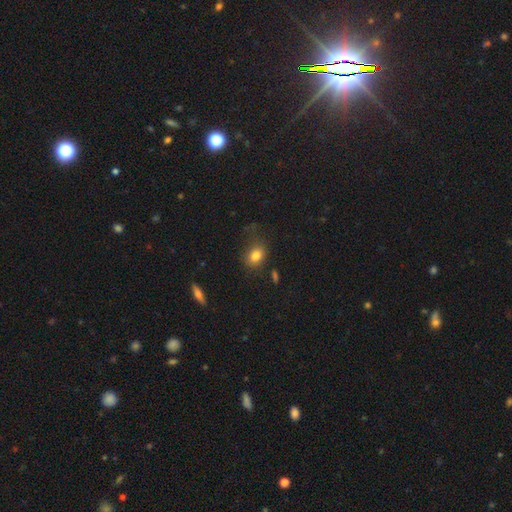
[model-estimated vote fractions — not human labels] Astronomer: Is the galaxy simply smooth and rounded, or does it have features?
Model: smooth — 81%.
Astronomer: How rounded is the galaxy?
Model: in between — 57% (runner-up: round, 41%).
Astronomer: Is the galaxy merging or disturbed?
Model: none — 67%.